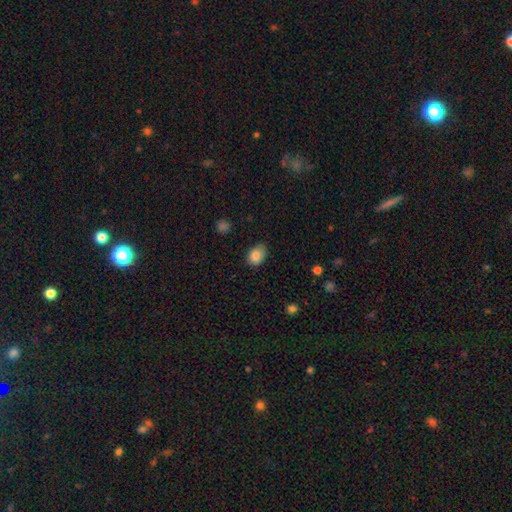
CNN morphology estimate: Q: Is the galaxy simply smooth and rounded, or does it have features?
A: smooth — 83%.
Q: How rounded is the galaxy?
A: in between — 74%.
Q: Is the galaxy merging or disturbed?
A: none — 72%.